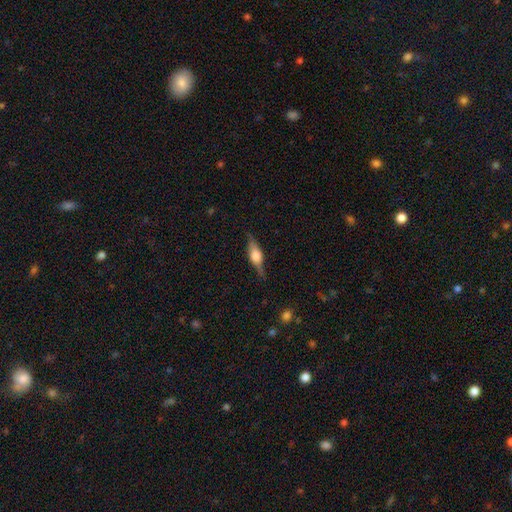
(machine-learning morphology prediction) Smooth or featured?
  - featured or disk: 63% *
  - smooth: 30%
  - star or artifact: 7%
Edge-on disk?
  - yes: 95% *
  - no: 5%
Edge-on bulge?
  - rounded: 84% *
  - boxy: 14%
  - none: 2%
Merging?
  - none: 80% *
  - minor disturbance: 15%
  - major disturbance: 4%
  - merger: 1%